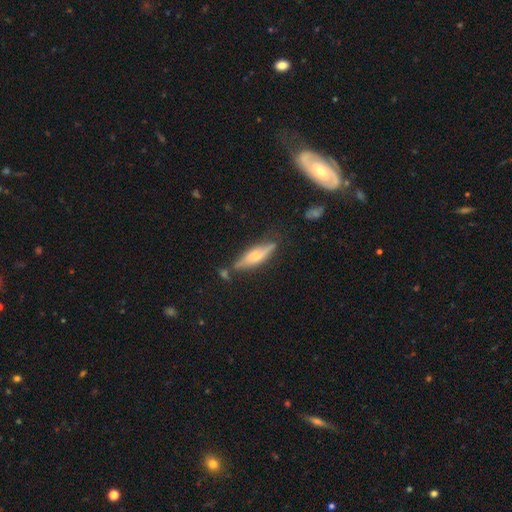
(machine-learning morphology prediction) Overall: featured or disk (57%; smooth 36%). Edge-on disk: yes (88%). Merging: none (68%).